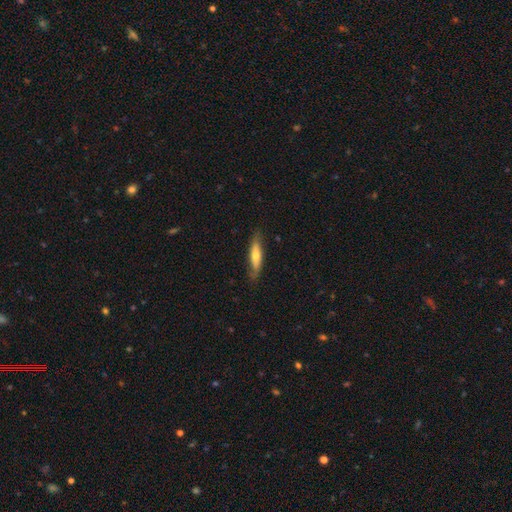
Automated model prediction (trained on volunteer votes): smooth 56%, featured or disk 38%, star or artifact 6%. Down the decision tree: how rounded — cigar-shaped (73%); merging — none (78%).